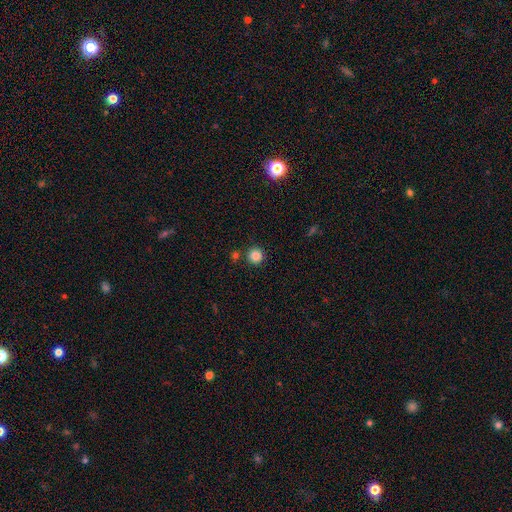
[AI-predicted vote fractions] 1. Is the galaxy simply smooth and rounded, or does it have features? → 85% smooth, 11% star or artifact, 4% featured or disk.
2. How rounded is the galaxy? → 95% round, 4% in between, 1% cigar-shaped.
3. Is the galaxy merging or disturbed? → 86% none, 6% minor disturbance, 6% merger, 2% major disturbance.